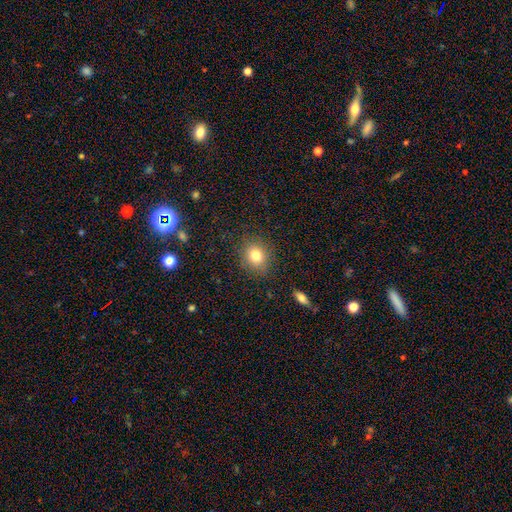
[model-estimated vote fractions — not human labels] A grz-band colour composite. It shows a smooth galaxy with no disk features (79%) that is round (76%). Merging: none (86%).